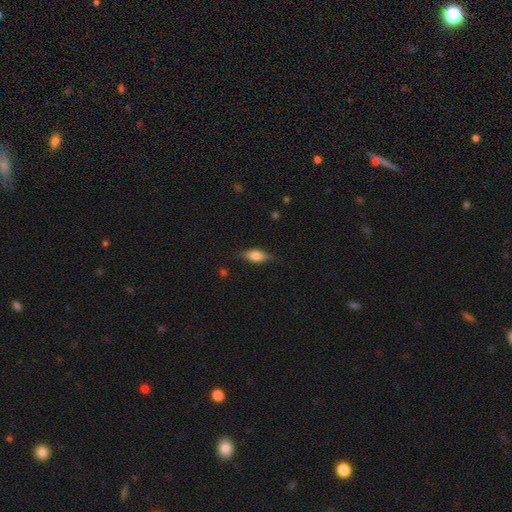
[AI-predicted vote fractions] This is likely a smooth galaxy (67%). How rounded: likely in between (76%). Merging: likely none (80%).